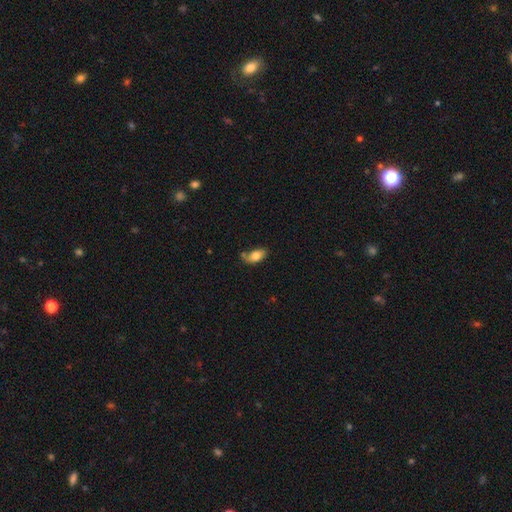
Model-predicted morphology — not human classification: Smooth or featured?
  - smooth: 80% *
  - featured or disk: 13%
  - star or artifact: 7%
How rounded?
  - in between: 90% *
  - round: 6%
  - cigar-shaped: 4%
Merging?
  - none: 60% *
  - minor disturbance: 24%
  - merger: 10%
  - major disturbance: 5%